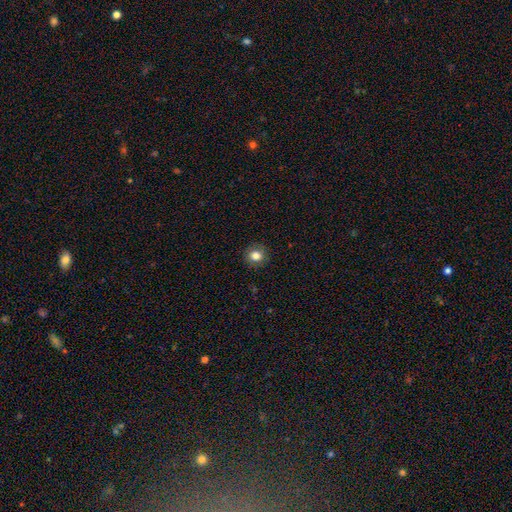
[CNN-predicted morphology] A smooth galaxy with no disk features (82%) that is round (84%).

Vote fractions:
- Smooth or featured? smooth: 82% / star or artifact: 11% / featured or disk: 7%
- How rounded? round: 84% / in between: 15% / cigar-shaped: 1%
- Merging? none: 89% / minor disturbance: 8% / major disturbance: 2% / merger: 1%